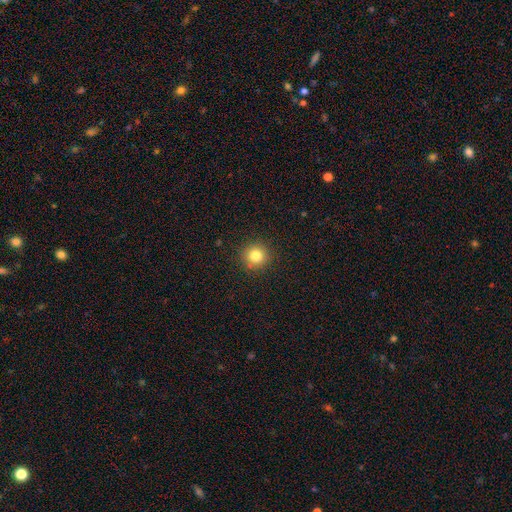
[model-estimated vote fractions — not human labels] Q: Smooth or featured?
A: smooth (81%); runner-up: star or artifact (12%)
Q: How rounded?
A: round (93%); runner-up: in between (6%)
Q: Merging?
A: none (91%); runner-up: minor disturbance (6%)